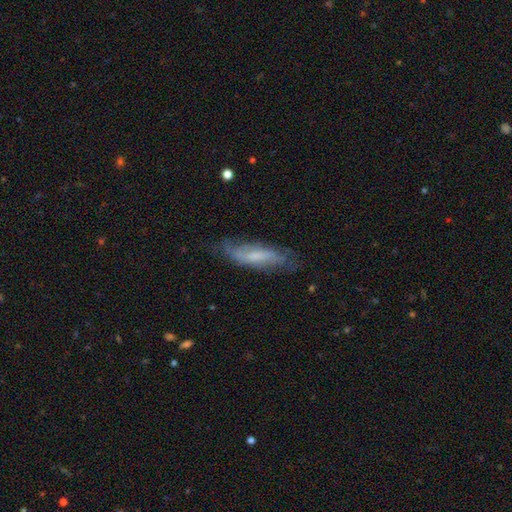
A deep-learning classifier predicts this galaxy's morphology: type=featured or disk (49%); merging=none (66%).